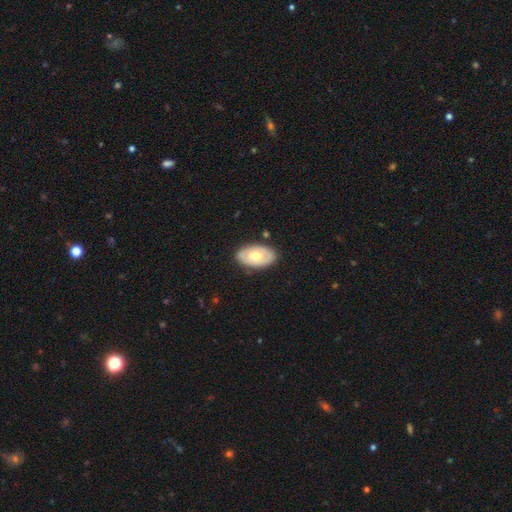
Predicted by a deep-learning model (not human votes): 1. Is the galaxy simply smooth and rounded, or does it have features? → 48% smooth, 47% featured or disk, 5% star or artifact.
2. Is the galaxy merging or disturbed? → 84% none, 11% minor disturbance, 3% major disturbance, 1% merger.